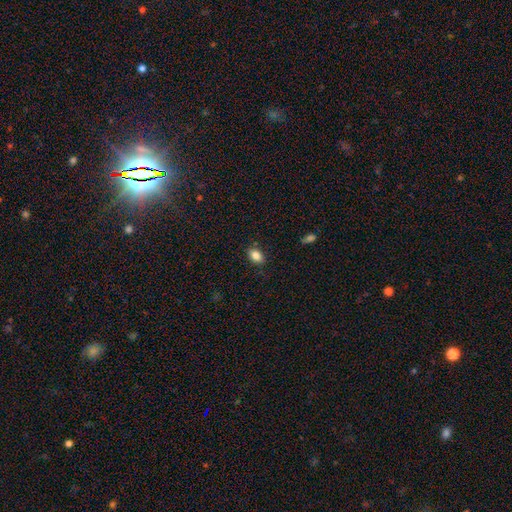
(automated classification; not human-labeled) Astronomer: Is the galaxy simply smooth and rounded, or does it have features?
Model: smooth — 85%.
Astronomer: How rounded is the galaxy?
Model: in between — 83%.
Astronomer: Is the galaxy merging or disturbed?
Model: none — 85%.